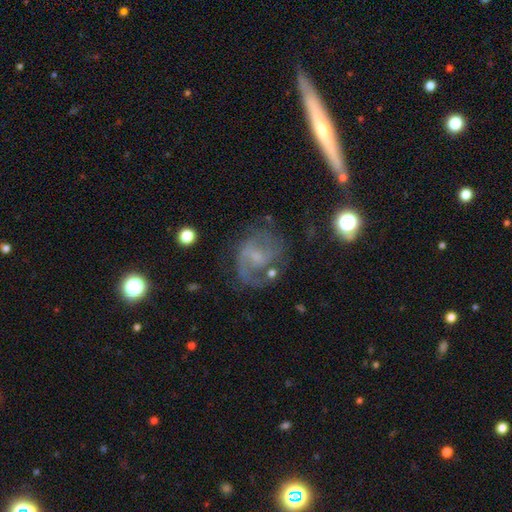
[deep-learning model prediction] Morphology: type=featured or disk (78%); edge-on=no (98%); bar=weak (52%); spiral arms=yes (90%); winding=medium (51%); arm count=2 (63%); bulge=small (49%); merging=none (57%).